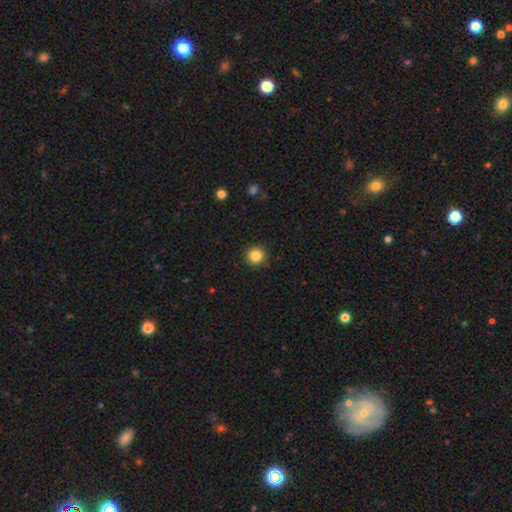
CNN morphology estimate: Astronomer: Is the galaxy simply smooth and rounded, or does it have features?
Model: smooth — 86%.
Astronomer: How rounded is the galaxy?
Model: round — 93%.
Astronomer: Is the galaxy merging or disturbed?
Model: none — 91%.